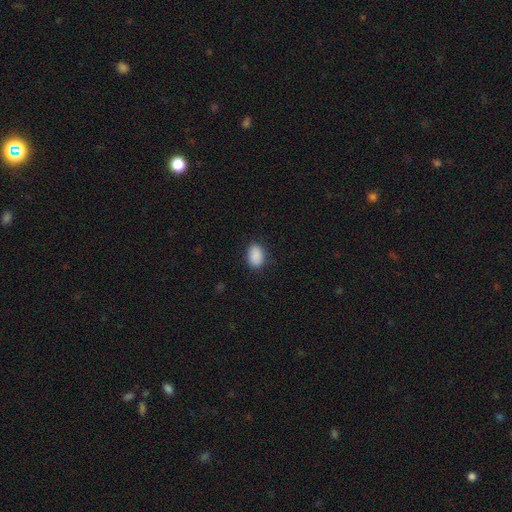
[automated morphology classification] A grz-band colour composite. It shows a smooth galaxy with no disk features (90%) that is in between round and cigar-shaped (85%). Merging: none (84%).